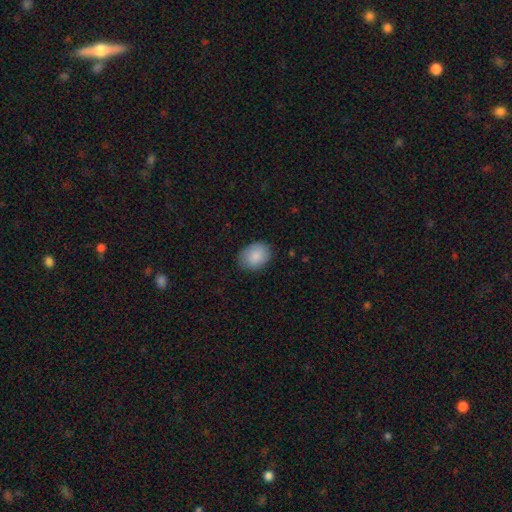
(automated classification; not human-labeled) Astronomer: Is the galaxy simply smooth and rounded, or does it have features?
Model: smooth — 88%.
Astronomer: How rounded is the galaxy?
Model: in between — 59% (runner-up: round, 40%).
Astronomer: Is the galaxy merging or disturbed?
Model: none — 83%.